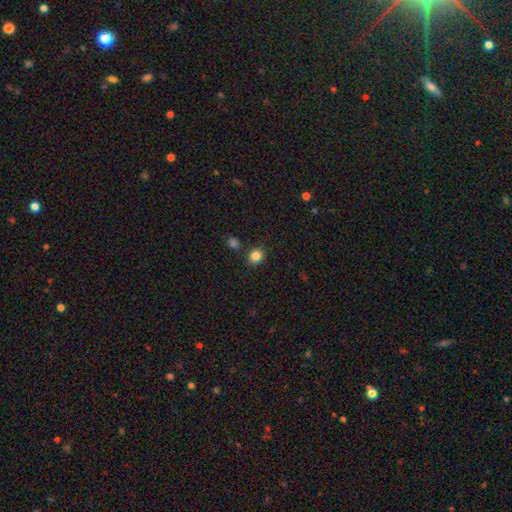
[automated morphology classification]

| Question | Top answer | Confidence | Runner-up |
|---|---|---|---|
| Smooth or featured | smooth | 84% | star or artifact (11%) |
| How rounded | round | 86% | in between (13%) |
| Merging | none | 85% | minor disturbance (8%) |